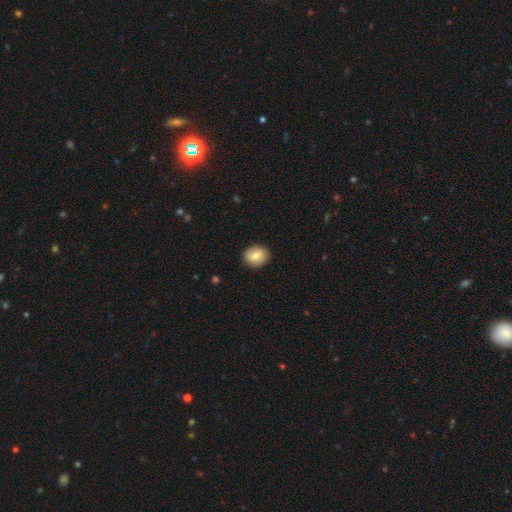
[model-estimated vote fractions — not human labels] Q: Smooth or featured?
A: smooth (77%); runner-up: featured or disk (15%)
Q: How rounded?
A: round (64%); runner-up: in between (35%)
Q: Merging?
A: none (88%); runner-up: minor disturbance (9%)